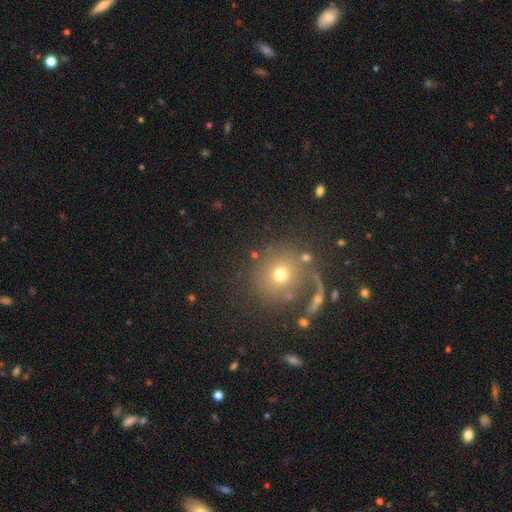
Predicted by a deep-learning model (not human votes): Smooth or featured: smooth — 60% (star or artifact — 23%)
How rounded: round — 88% (in between — 11%)
Merging: none — 69% (minor disturbance — 11%)